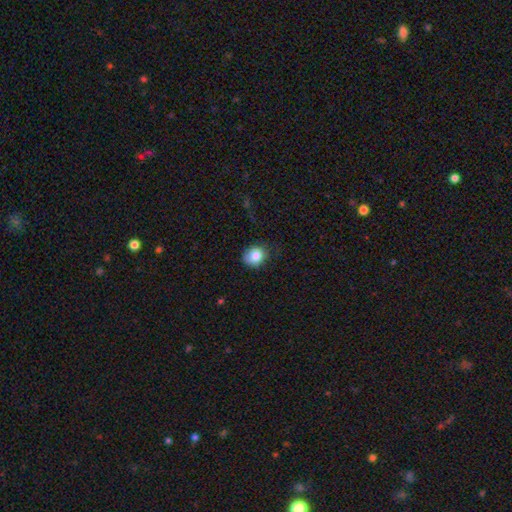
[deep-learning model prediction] Q: Smooth or featured?
A: smooth (81%); runner-up: star or artifact (10%)
Q: How rounded?
A: round (67%); runner-up: in between (32%)
Q: Merging?
A: none (67%); runner-up: minor disturbance (25%)